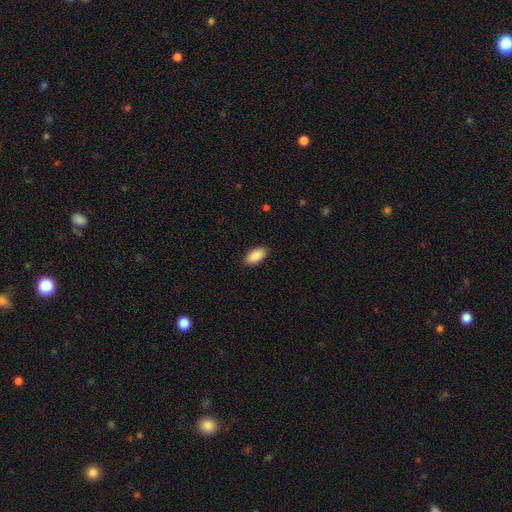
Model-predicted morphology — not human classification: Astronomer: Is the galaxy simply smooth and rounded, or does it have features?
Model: smooth — 90%.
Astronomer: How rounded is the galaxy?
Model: in between — 93%.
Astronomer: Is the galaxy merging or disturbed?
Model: none — 89%.